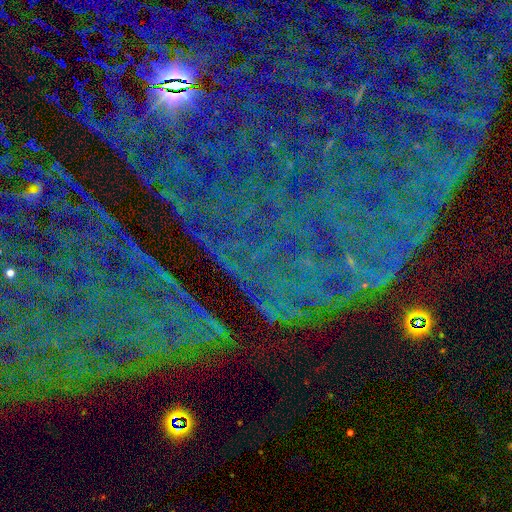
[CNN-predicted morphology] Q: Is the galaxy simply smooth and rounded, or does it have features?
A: star or artifact — 82%.